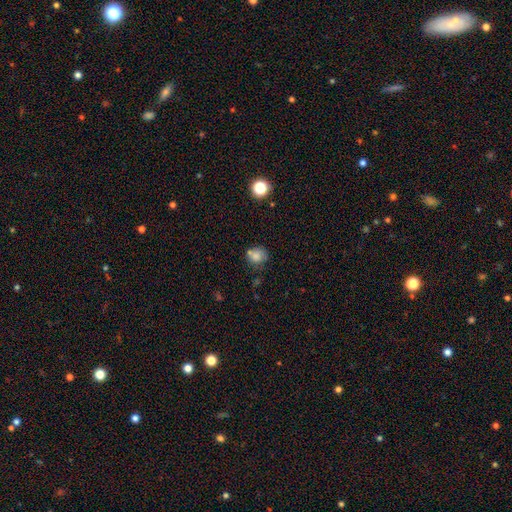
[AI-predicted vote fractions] This is likely a smooth galaxy (77%). How rounded: likely round (76%). Merging: possibly none (57%).